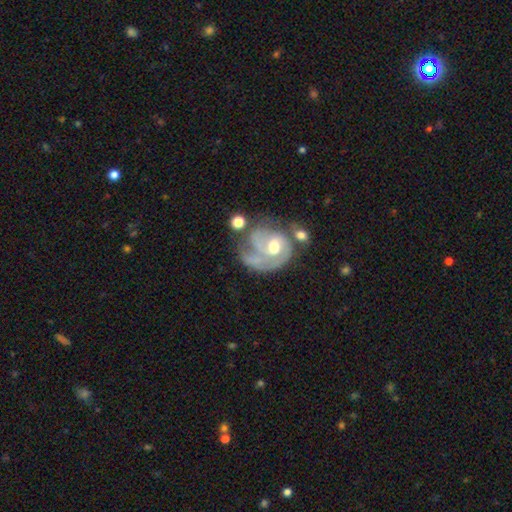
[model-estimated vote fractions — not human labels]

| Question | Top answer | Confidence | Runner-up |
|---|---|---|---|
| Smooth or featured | featured or disk | 80% | smooth (14%) |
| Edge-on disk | no | 98% | yes (2%) |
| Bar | no | 69% | weak (25%) |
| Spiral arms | yes | 87% | no (13%) |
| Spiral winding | tight | 52% | medium (34%) |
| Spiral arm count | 1 | 31% | 2 (29%) |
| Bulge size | moderate | 70% | small (19%) |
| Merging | none | 36% | major disturbance (28%) |